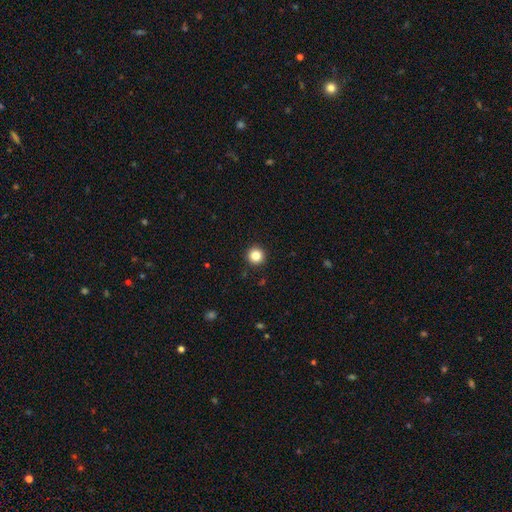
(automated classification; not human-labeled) Smooth or featured? Predicted: smooth (p=0.84). How rounded? Predicted: round (p=0.96). Merging? Predicted: none (p=0.93).